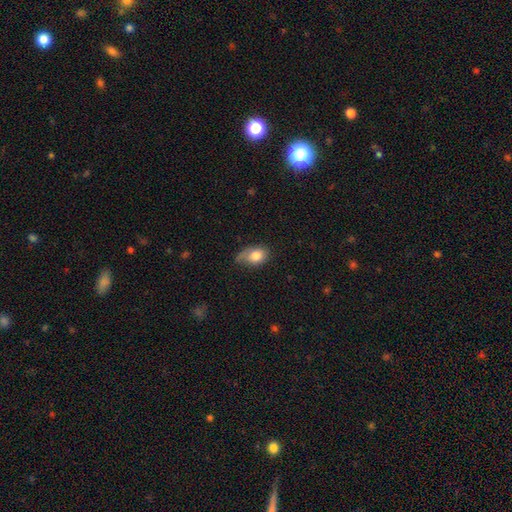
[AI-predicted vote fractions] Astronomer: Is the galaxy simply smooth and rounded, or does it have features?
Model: smooth — 76%.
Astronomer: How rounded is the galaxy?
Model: in between — 80%.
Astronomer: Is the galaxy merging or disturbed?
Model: none — 43% (runner-up: minor disturbance, 37%).